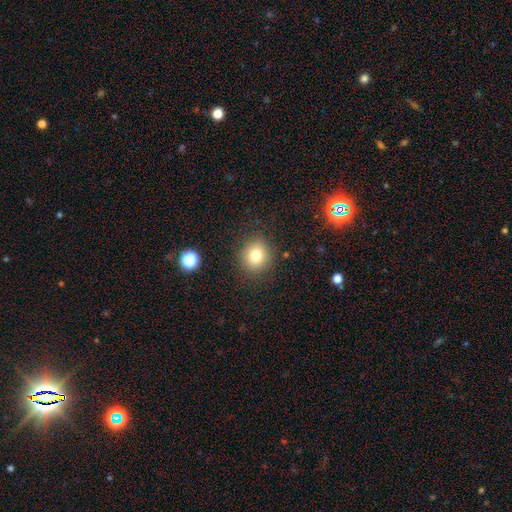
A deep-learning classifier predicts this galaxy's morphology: type=smooth (78%); roundness=round (82%); merging=none (87%).